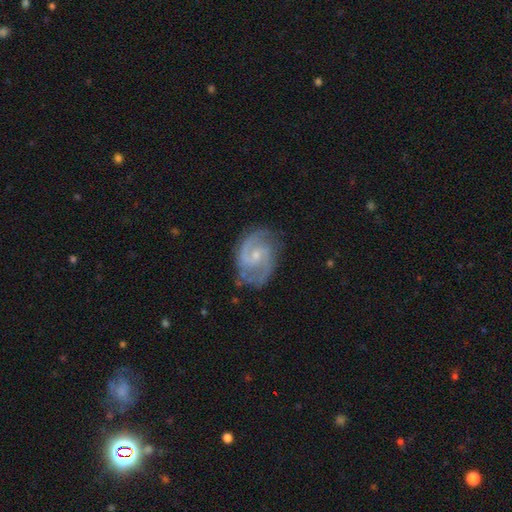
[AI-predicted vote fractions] Smooth or featured: featured or disk — 90% (smooth — 5%)
Edge-on disk: no — 98% (yes — 2%)
Bar: weak — 46% (no — 45%)
Spiral arms: yes — 98% (no — 2%)
Spiral winding: medium — 58% (tight — 27%)
Spiral arm count: 2 — 88% (can't tell — 4%)
Bulge size: small — 67% (moderate — 29%)
Merging: none — 75% (minor disturbance — 18%)